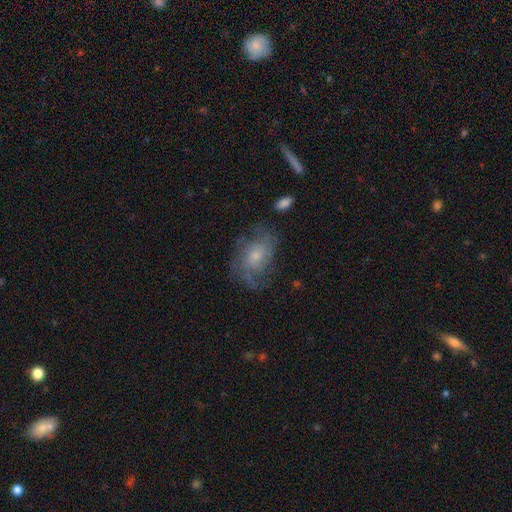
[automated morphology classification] Smooth or featured? Predicted: featured or disk (p=0.67). Edge-on disk? Predicted: no (p=0.96). Bar? Predicted: no (p=0.72). Spiral arms? Predicted: yes (p=0.84). Spiral winding? Predicted: medium (p=0.42). Spiral arm count? Predicted: can't tell (p=0.40). Bulge size? Predicted: small (p=0.52). Merging? Predicted: none (p=0.61).